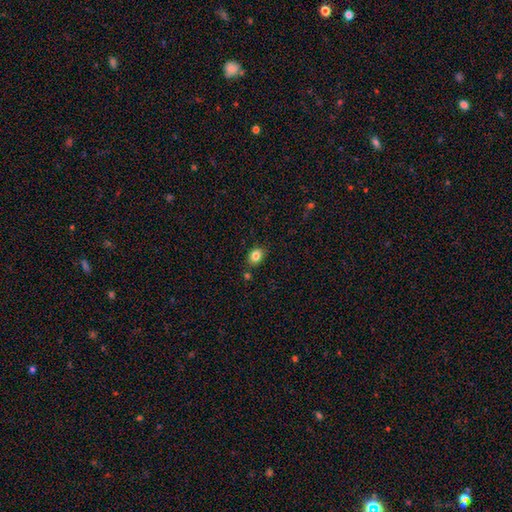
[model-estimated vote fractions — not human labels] Overall: smooth (83%). How rounded: in between (56%; round 43%). Merging: none (81%).